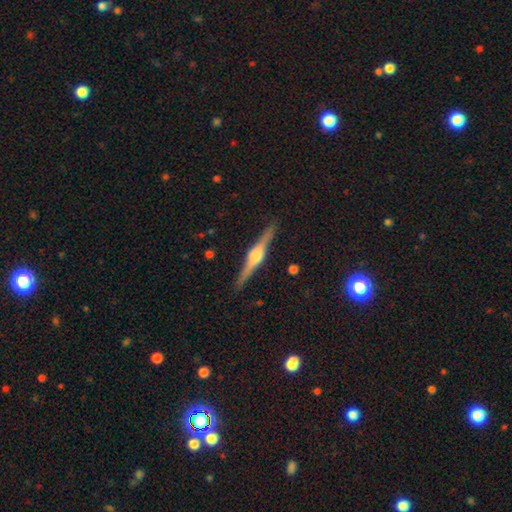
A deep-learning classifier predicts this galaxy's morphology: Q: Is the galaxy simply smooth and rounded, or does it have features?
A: featured or disk — 83%.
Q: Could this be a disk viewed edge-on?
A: yes — 98%.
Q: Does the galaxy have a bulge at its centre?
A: rounded — 87%.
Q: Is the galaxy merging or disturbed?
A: none — 90%.